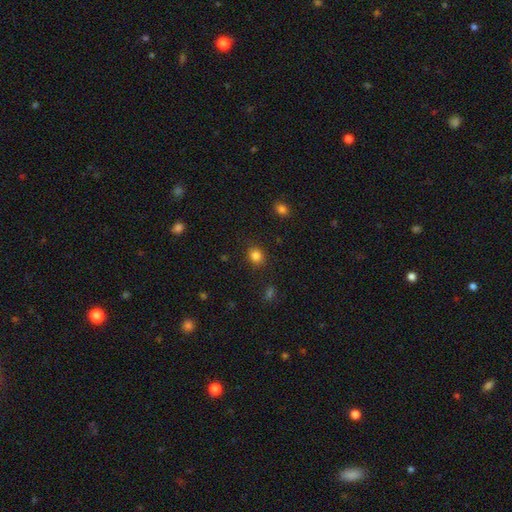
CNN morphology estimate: smooth 84%, star or artifact 12%, featured or disk 5%. Down the decision tree: how rounded — round (75%); merging — none (87%).